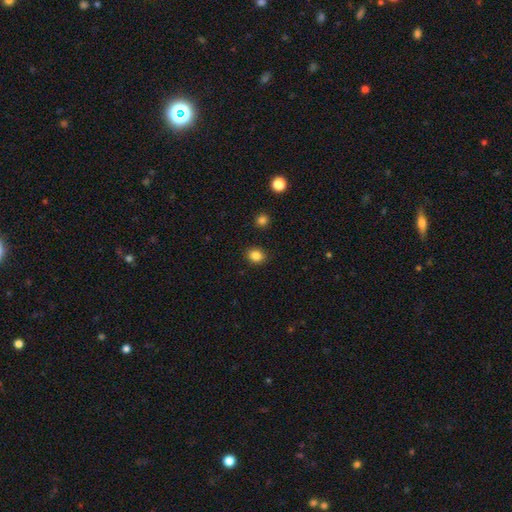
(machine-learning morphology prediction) The model was most divided on "how rounded": round: 69%, in between: 30%, cigar-shaped: 1%. More confident: merging — none (90%); smooth or featured — smooth (85%).